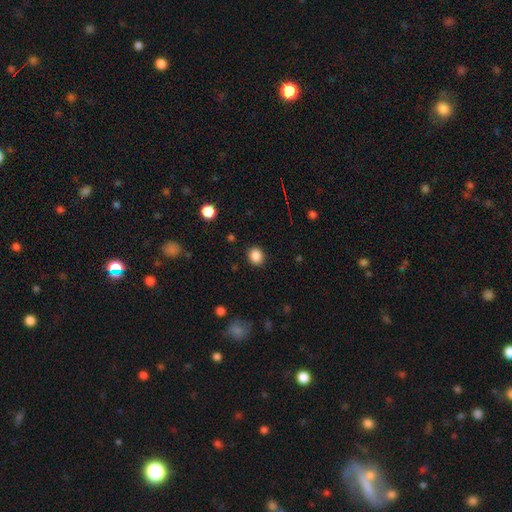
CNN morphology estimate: Smooth or featured? smooth (87%)
How rounded? round (74%)
Merging? none (89%)